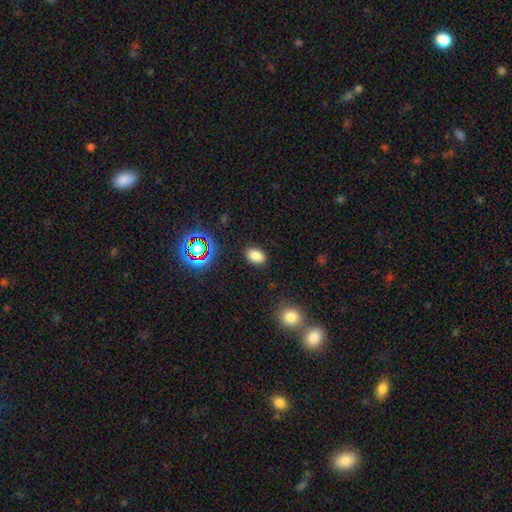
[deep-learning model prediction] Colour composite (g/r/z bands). It shows a smooth galaxy with no disk features (79%) that is in between round and cigar-shaped (85%). Merging: none (87%).